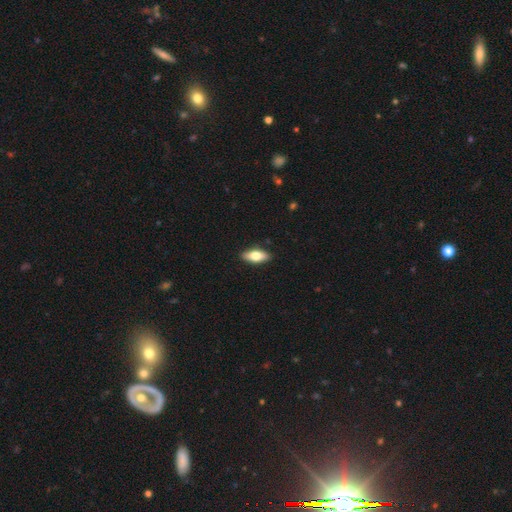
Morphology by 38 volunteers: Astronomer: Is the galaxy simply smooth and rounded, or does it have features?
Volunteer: smooth — 82%.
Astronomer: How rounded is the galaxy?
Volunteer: in between — 97%.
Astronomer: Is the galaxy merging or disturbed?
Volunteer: none — 97%.